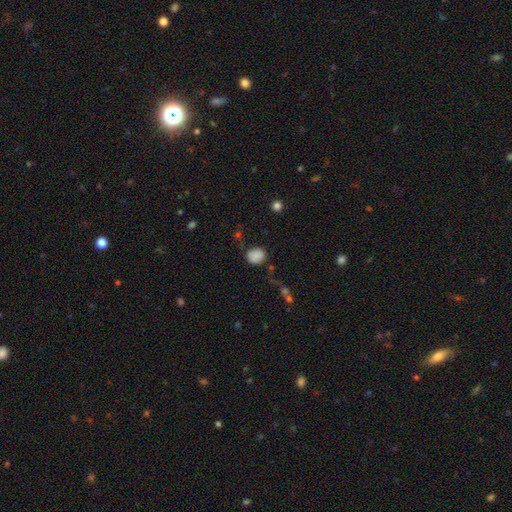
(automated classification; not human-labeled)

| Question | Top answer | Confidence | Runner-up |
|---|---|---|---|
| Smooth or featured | smooth | 85% | star or artifact (10%) |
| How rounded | round | 59% | in between (40%) |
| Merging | none | 74% | minor disturbance (18%) |